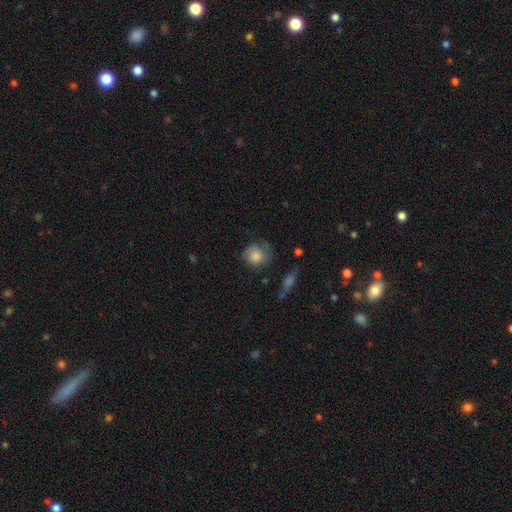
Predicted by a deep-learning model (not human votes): Smooth or featured?
  - smooth: 68% *
  - featured or disk: 25%
  - star or artifact: 8%
How rounded?
  - round: 79% *
  - in between: 20%
  - cigar-shaped: 1%
Merging?
  - none: 51% *
  - minor disturbance: 30%
  - major disturbance: 16%
  - merger: 2%